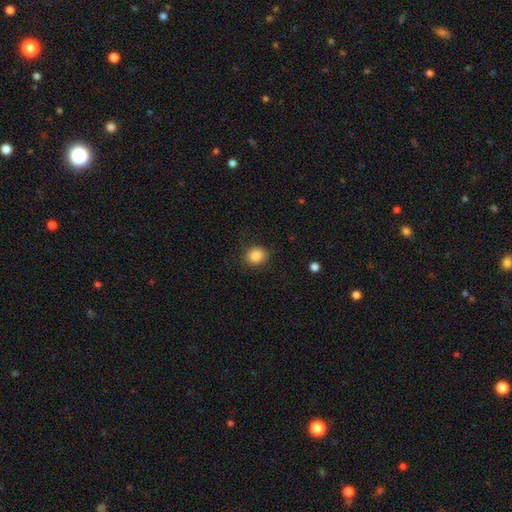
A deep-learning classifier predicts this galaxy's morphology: The model was most divided on "how rounded": round: 72%, in between: 27%, cigar-shaped: 1%. More confident: smooth or featured — smooth (86%); merging — none (84%).